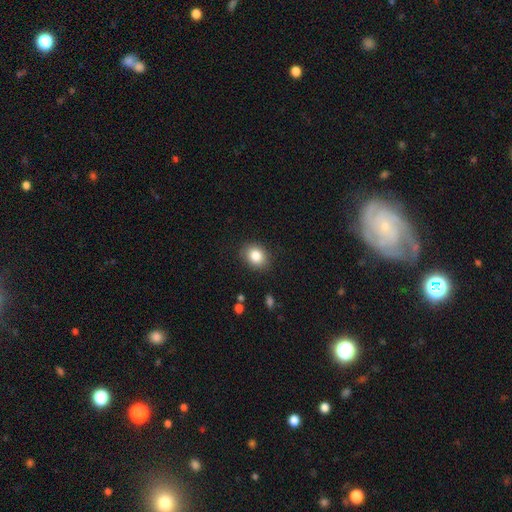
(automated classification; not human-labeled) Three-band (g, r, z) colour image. It shows a smooth galaxy with no disk features (85%) that is in between round and cigar-shaped (52%). Merging: none (87%).